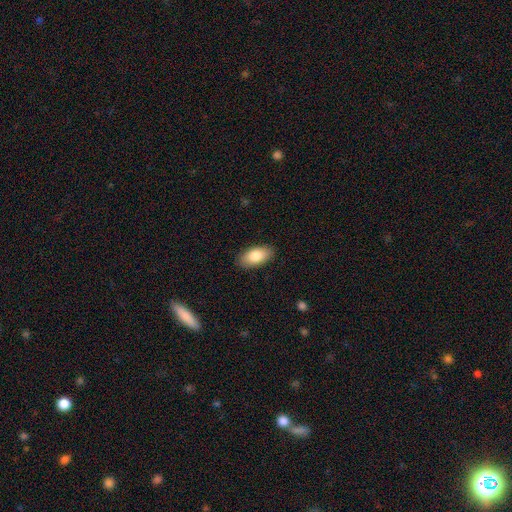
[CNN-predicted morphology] This is clearly a smooth galaxy (84%). How rounded: clearly in between (94%). Merging: clearly none (88%).